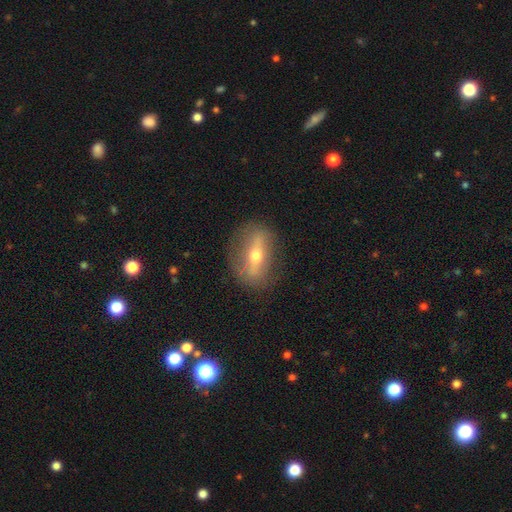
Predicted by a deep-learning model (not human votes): Overall: featured or disk (64%; smooth 28%). Edge-on disk: no (54%; yes 46%). Merging: none (81%).